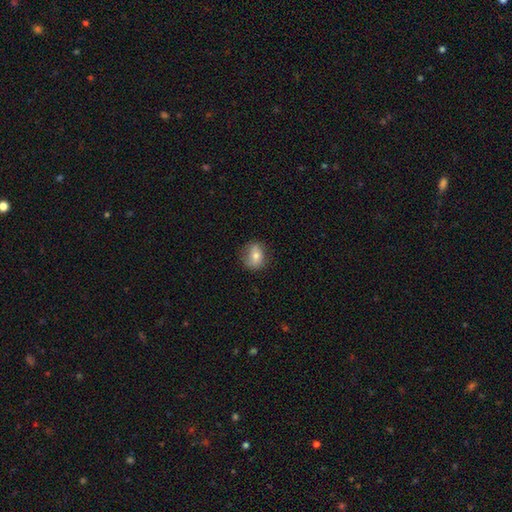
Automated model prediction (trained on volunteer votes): smooth_or_featured: smooth (p=0.67) [alt: featured or disk p=0.24]
how_rounded: round (p=0.54) [alt: in between p=0.44]
merging: none (p=0.73) [alt: minor disturbance p=0.20]